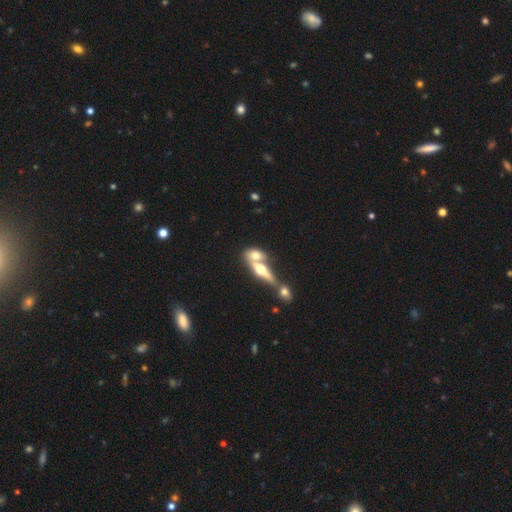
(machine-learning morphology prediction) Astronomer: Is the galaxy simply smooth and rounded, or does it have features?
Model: smooth — 47% (runner-up: featured or disk, 45%).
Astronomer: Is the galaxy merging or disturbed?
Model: merger — 64%.